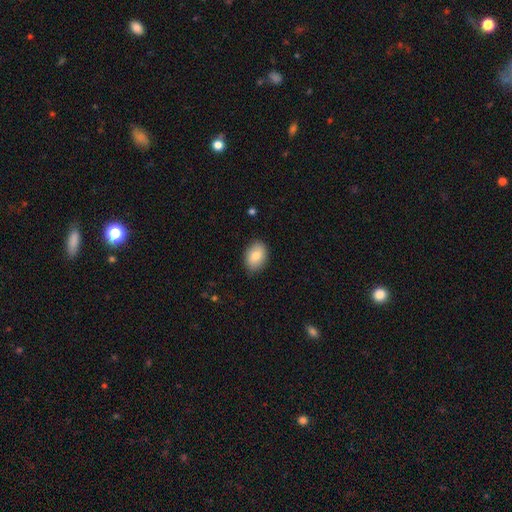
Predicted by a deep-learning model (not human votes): The model was most divided on "how rounded": in between: 80%, round: 18%, cigar-shaped: 1%. More confident: merging — none (85%); smooth or featured — smooth (80%).